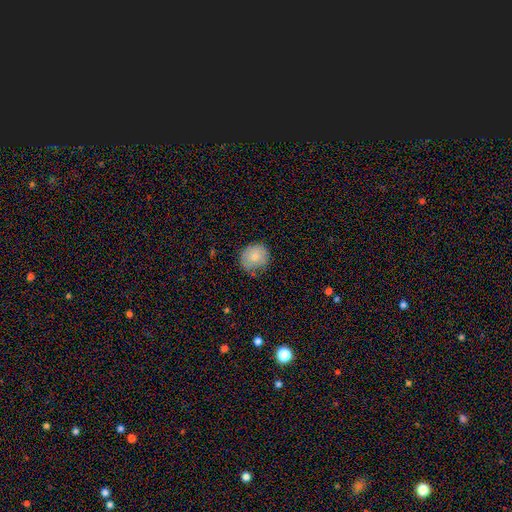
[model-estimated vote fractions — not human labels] Overall: smooth (80%). How rounded: round (87%). Merging: none (71%).